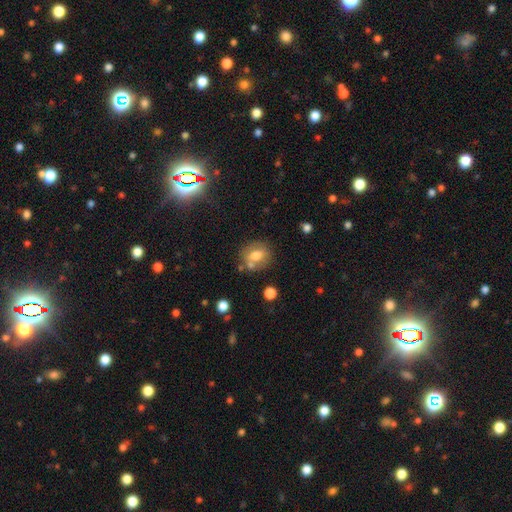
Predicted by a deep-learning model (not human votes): smooth 68%, featured or disk 22%, star or artifact 10%. Down the decision tree: how rounded — round (57%); merging — none (66%).